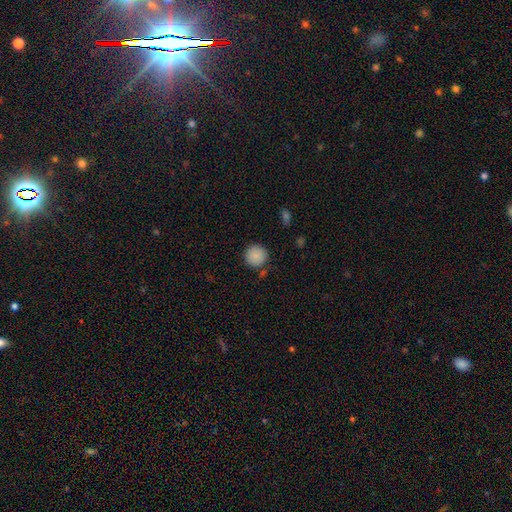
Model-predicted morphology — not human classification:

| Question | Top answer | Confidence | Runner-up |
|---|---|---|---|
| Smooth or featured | smooth | 88% | star or artifact (8%) |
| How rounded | round | 94% | in between (5%) |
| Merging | none | 84% | minor disturbance (10%) |